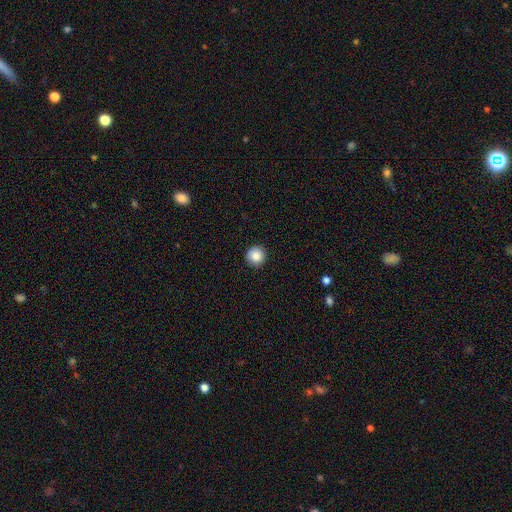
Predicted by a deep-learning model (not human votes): Q: Smooth or featured?
A: smooth (87%); runner-up: star or artifact (9%)
Q: How rounded?
A: round (95%); runner-up: in between (4%)
Q: Merging?
A: none (92%); runner-up: minor disturbance (6%)